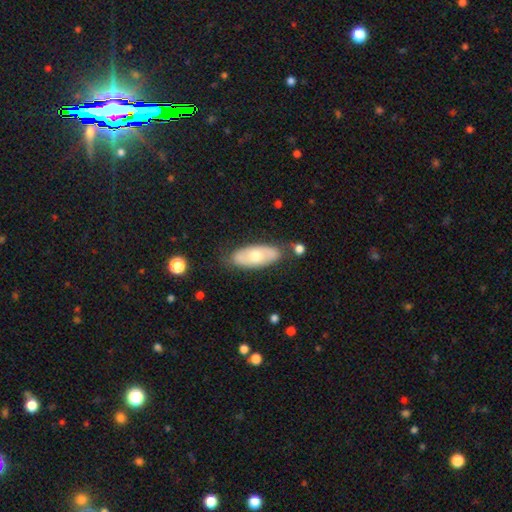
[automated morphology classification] This appears to be a smooth galaxy with no disk features (51%) that is in between round and cigar-shaped (85%). Merging: none (75%).